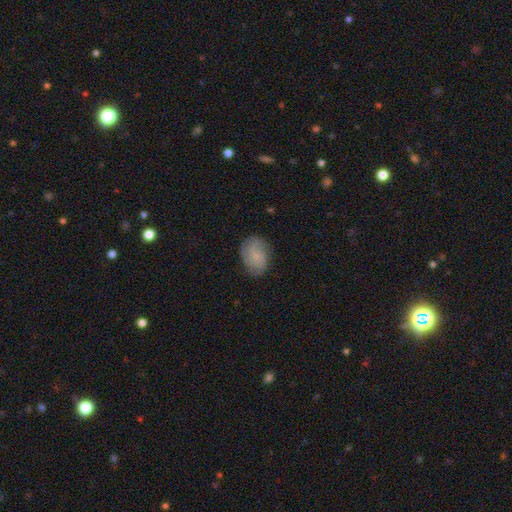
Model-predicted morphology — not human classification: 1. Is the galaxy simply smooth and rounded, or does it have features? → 48% smooth, 43% featured or disk, 9% star or artifact.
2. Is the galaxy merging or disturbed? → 77% none, 17% minor disturbance, 5% major disturbance, 1% merger.